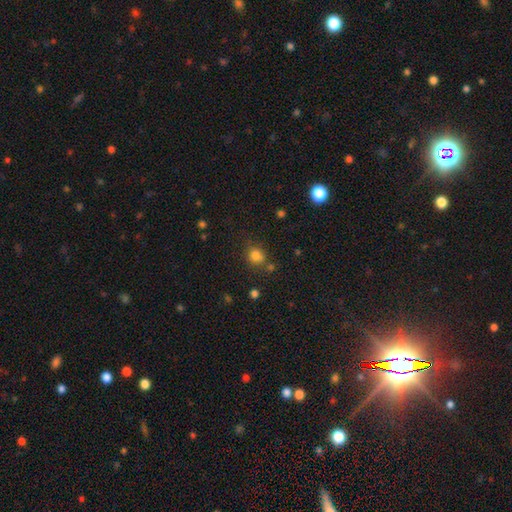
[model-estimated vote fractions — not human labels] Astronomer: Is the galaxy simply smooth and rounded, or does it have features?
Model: smooth — 81%.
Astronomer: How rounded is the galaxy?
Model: round — 77%.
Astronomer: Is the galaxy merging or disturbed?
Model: none — 68%.